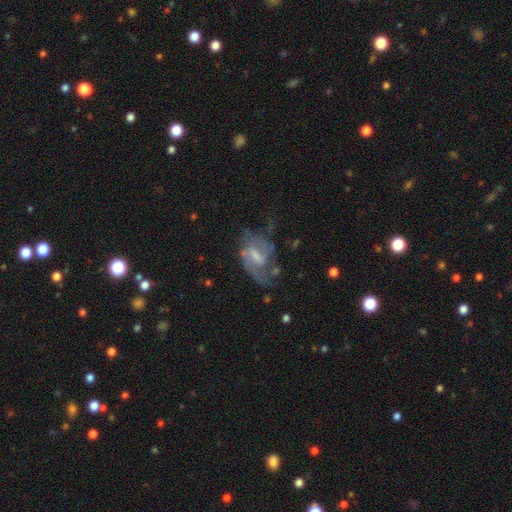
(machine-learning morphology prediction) Smooth or featured?
  - featured or disk: 79% *
  - smooth: 14%
  - star or artifact: 7%
Edge-on disk?
  - no: 96% *
  - yes: 4%
Bar?
  - weak: 54% *
  - strong: 28%
  - no: 18%
Spiral arms?
  - yes: 88% *
  - no: 12%
Spiral winding?
  - medium: 49% *
  - loose: 29%
  - tight: 23%
Spiral arm count?
  - 2: 70% *
  - can't tell: 14%
  - 1: 7%
  - 3: 5%
  - 4: 2%
  - more than 4: 2%
Bulge size?
  - moderate: 36% *
  - small: 34%
  - none: 21%
  - large: 7%
  - dominant: 1%
Merging?
  - none: 50% *
  - major disturbance: 23%
  - minor disturbance: 23%
  - merger: 5%